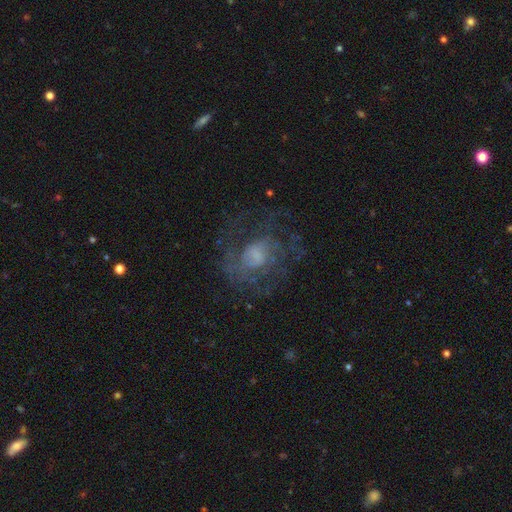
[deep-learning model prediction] Smooth or featured?
  - featured or disk: 64% *
  - smooth: 23%
  - star or artifact: 12%
Edge-on disk?
  - no: 97% *
  - yes: 3%
Bar?
  - no: 62% *
  - weak: 32%
  - strong: 5%
Spiral arms?
  - yes: 66% *
  - no: 34%
Bulge size?
  - small: 38% *
  - moderate: 31%
  - none: 20%
  - large: 9%
  - dominant: 2%
Merging?
  - none: 58% *
  - major disturbance: 23%
  - minor disturbance: 17%
  - merger: 2%